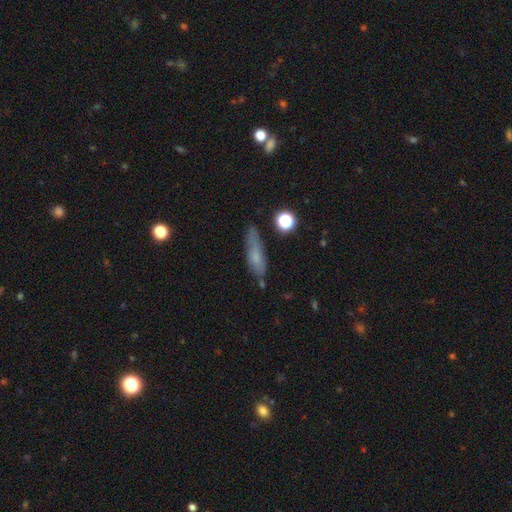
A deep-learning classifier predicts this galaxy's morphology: This is possibly a smooth galaxy (60%). How rounded: possibly cigar-shaped (60%). Merging: likely none (64%).